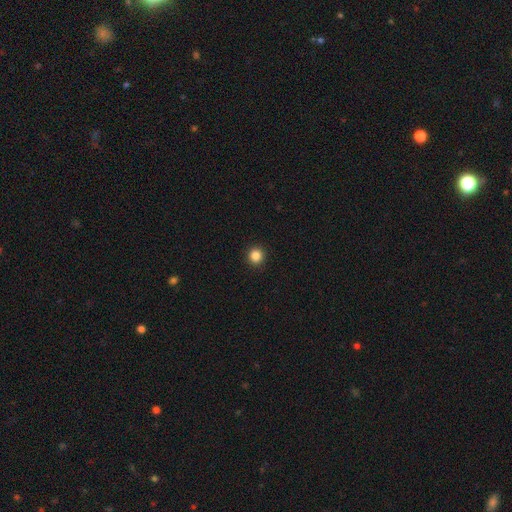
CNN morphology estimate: This appears to be a smooth galaxy with no disk features (86%) that is round (95%). Merging: none (94%).